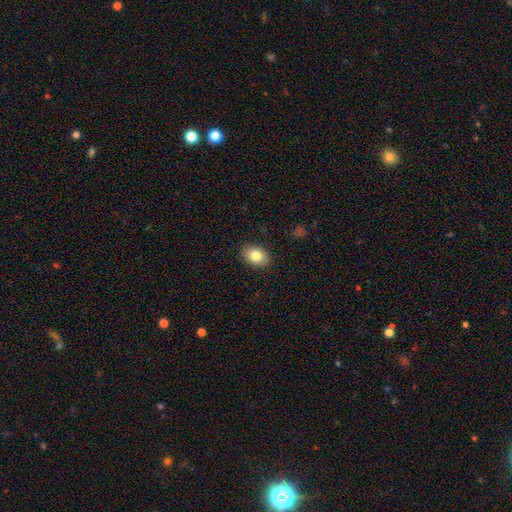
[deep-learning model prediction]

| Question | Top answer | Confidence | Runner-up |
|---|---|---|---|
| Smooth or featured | smooth | 82% | featured or disk (10%) |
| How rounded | in between | 76% | round (23%) |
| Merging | none | 89% | minor disturbance (8%) |